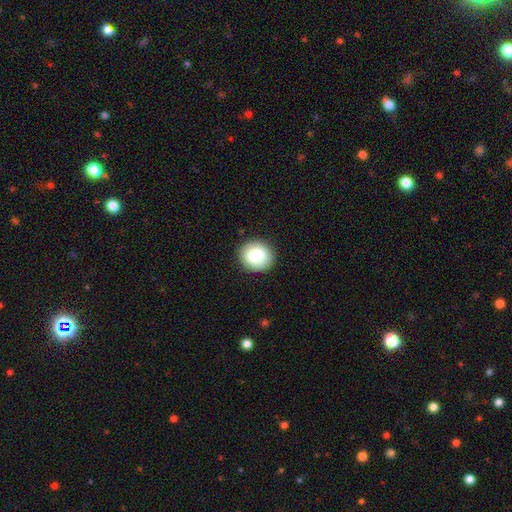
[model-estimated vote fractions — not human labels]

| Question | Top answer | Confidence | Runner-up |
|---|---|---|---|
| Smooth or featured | smooth | 79% | featured or disk (13%) |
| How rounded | round | 78% | in between (21%) |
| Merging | none | 90% | minor disturbance (7%) |